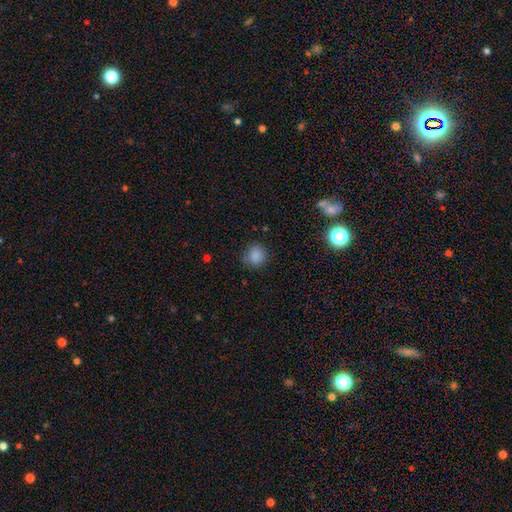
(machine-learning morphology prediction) Q: Smooth or featured?
A: smooth (85%); runner-up: star or artifact (11%)
Q: How rounded?
A: round (85%); runner-up: in between (14%)
Q: Merging?
A: none (80%); runner-up: minor disturbance (14%)